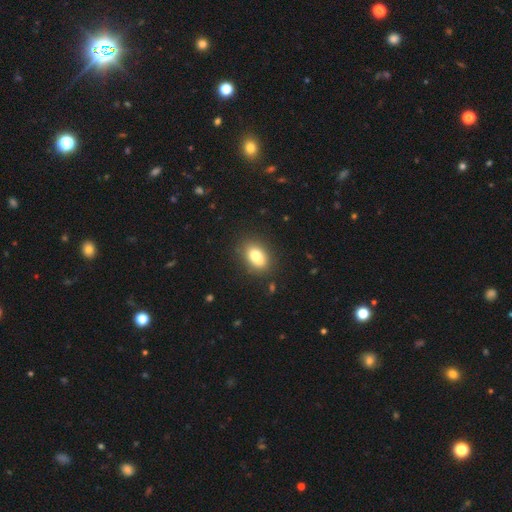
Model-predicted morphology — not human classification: Smooth or featured?
  - smooth: 72% *
  - featured or disk: 18%
  - star or artifact: 10%
How rounded?
  - in between: 73% *
  - round: 25%
  - cigar-shaped: 2%
Merging?
  - none: 59% *
  - merger: 22%
  - minor disturbance: 15%
  - major disturbance: 4%